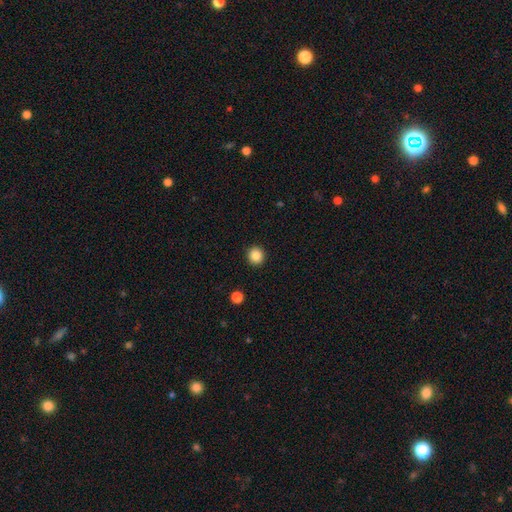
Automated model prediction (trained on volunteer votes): Morphology: type=smooth (85%); roundness=round (93%); merging=none (93%).